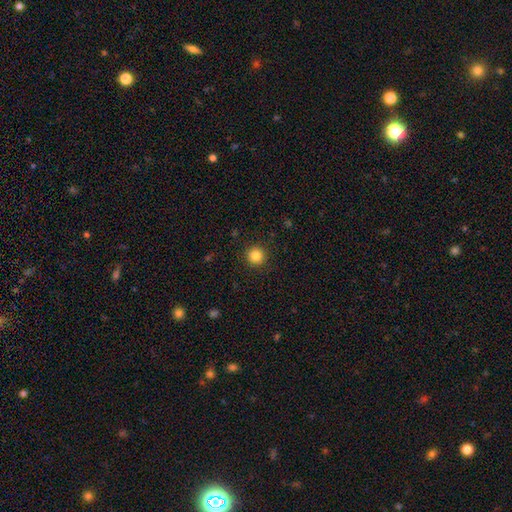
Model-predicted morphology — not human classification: smooth_or_featured: smooth (p=0.84) [alt: star or artifact p=0.11]
how_rounded: round (p=0.95) [alt: in between p=0.04]
merging: none (p=0.92) [alt: minor disturbance p=0.05]